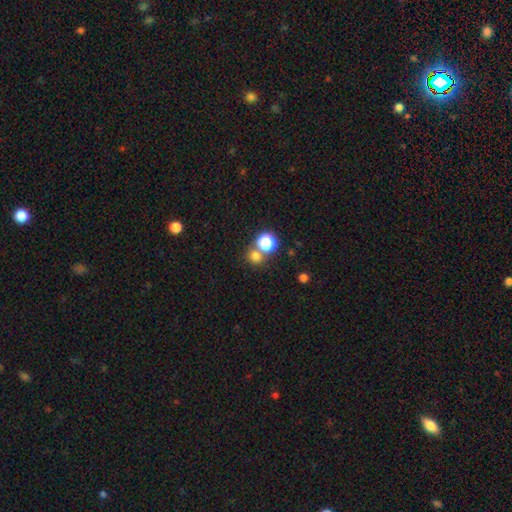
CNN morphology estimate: This is likely a smooth galaxy (72%). How rounded: clearly round (84%). Merging: likely none (61%).